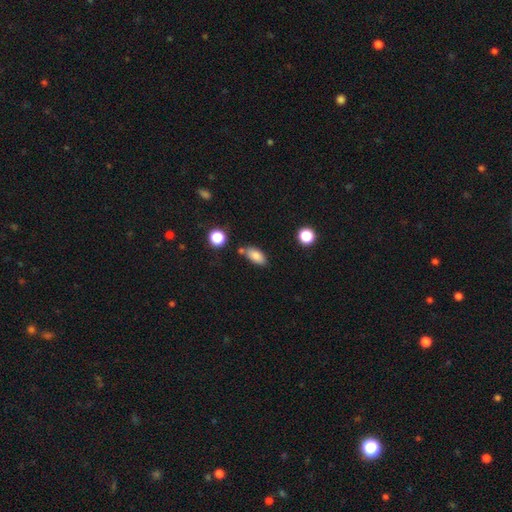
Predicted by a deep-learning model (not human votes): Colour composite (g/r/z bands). It shows a smooth galaxy with no disk features (83%) that is in between round and cigar-shaped (88%). Merging: none (71%).